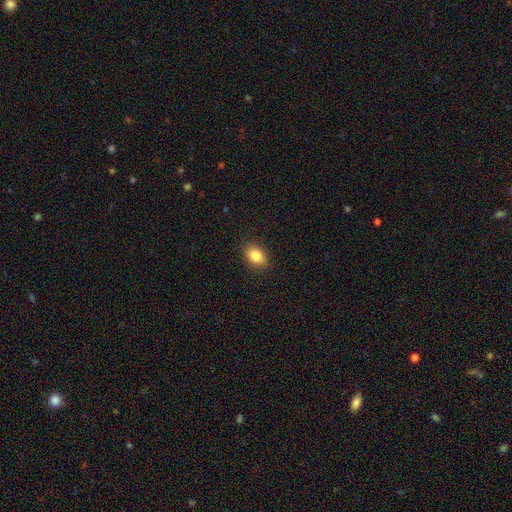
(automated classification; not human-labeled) Smooth or featured? Predicted: smooth (p=0.86). How rounded? Predicted: in between (p=0.74). Merging? Predicted: none (p=0.88).